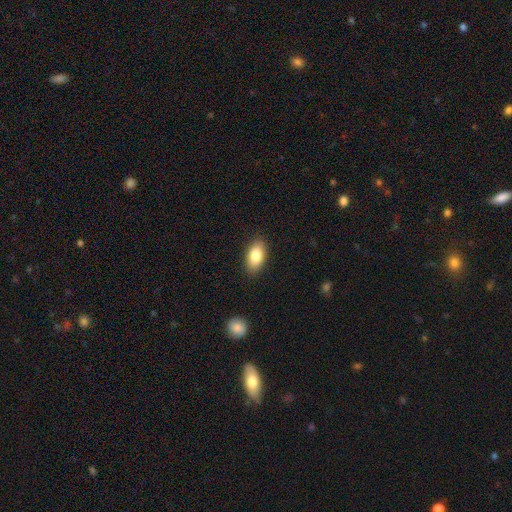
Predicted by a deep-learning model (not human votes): Overall: smooth (84%). How rounded: in between (92%). Merging: none (88%).